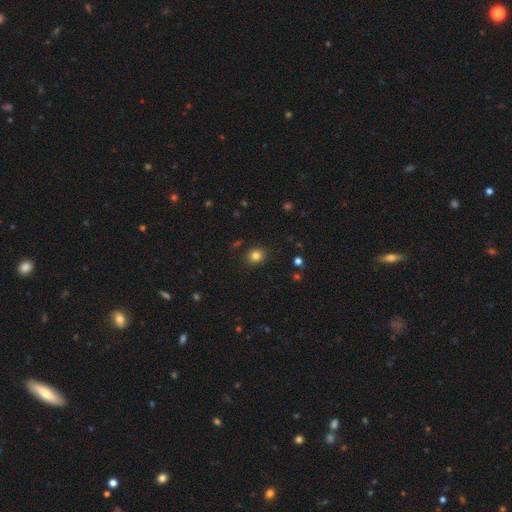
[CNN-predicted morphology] smooth 82%, star or artifact 12%, featured or disk 6%. Down the decision tree: how rounded — round (75%); merging — none (88%).